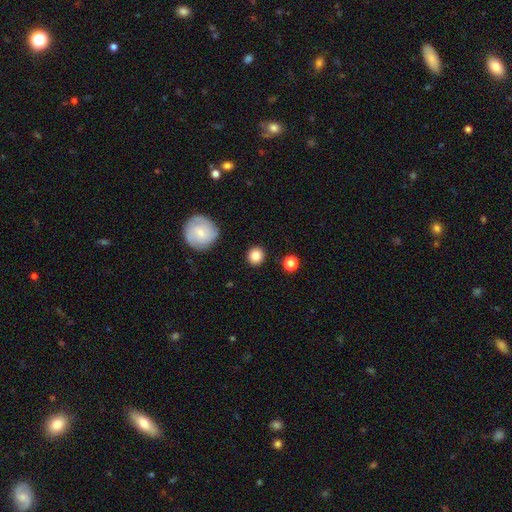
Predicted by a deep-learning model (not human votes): smooth-or-featured: smooth: 84% | star or artifact: 8% | featured or disk: 8%
  how-rounded: round: 92% | in between: 7% | cigar-shaped: 1%
  merging: none: 89% | minor disturbance: 7% | major disturbance: 2% | merger: 2%